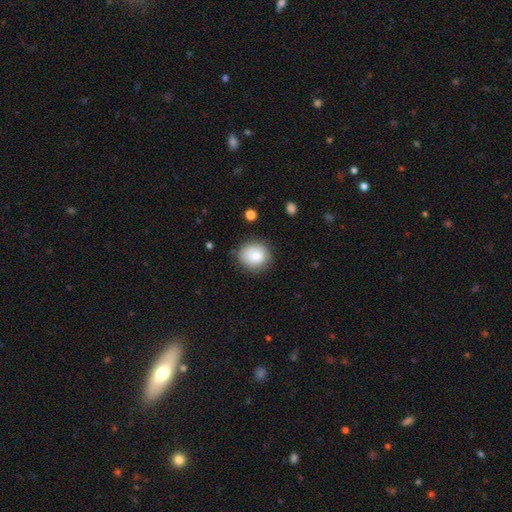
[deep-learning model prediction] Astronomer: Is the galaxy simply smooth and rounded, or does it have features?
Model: smooth — 79%.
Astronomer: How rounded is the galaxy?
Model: round — 84%.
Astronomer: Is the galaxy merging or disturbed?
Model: none — 81%.